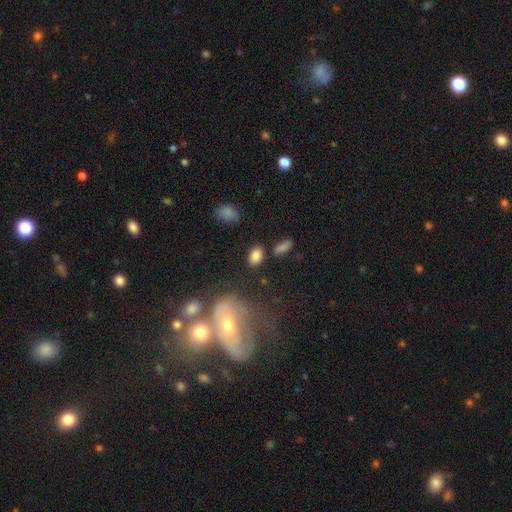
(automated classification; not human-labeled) Morphology: type=smooth (84%); roundness=in between (88%); merging=none (80%).